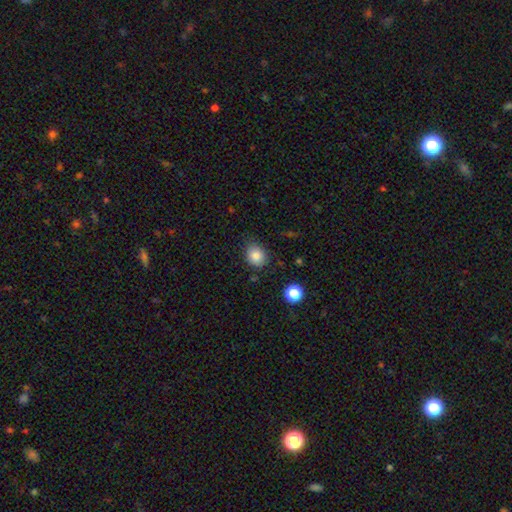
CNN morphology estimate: The model was most divided on "how rounded": round: 61%, in between: 38%, cigar-shaped: 1%. More confident: smooth or featured — smooth (84%); merging — none (78%).